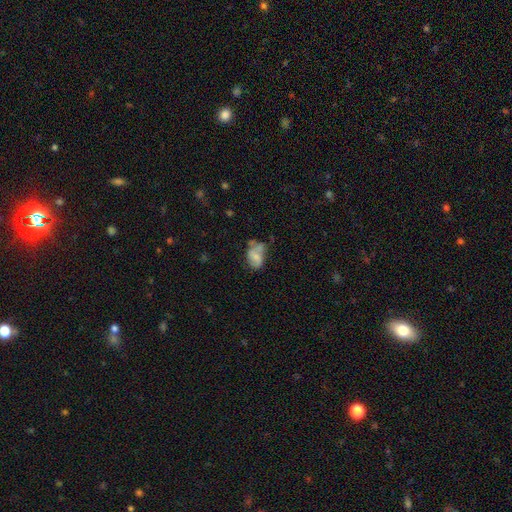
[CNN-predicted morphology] Smooth or featured: smooth — 52% (featured or disk — 39%)
How rounded: in between — 81% (round — 18%)
Merging: none — 31% (minor disturbance — 29%)